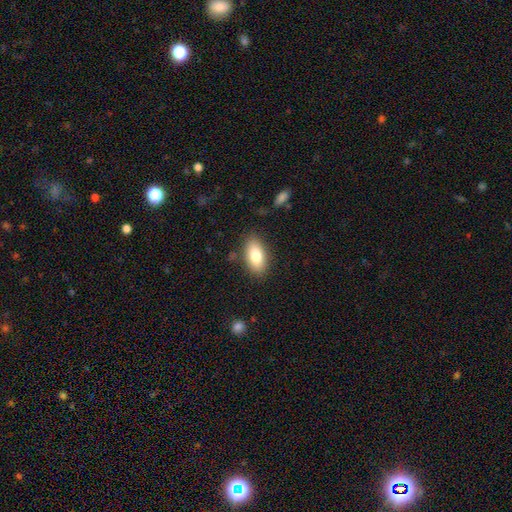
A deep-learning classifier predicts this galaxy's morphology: This is clearly a smooth galaxy (81%). How rounded: clearly in between (90%). Merging: clearly none (84%).